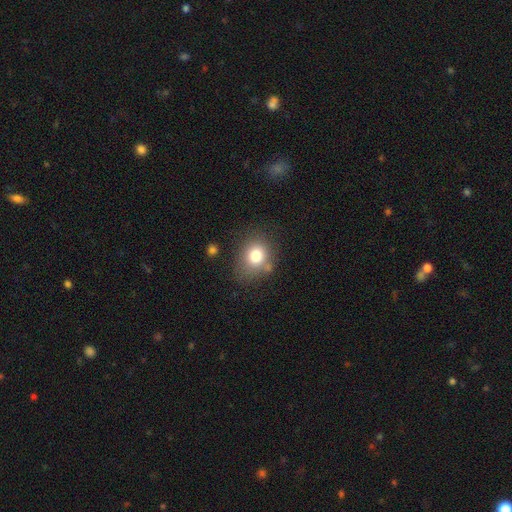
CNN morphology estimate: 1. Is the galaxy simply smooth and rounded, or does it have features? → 78% smooth, 11% star or artifact, 11% featured or disk.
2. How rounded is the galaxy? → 59% round, 41% in between, 1% cigar-shaped.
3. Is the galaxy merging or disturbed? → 65% none, 20% minor disturbance, 8% major disturbance, 7% merger.